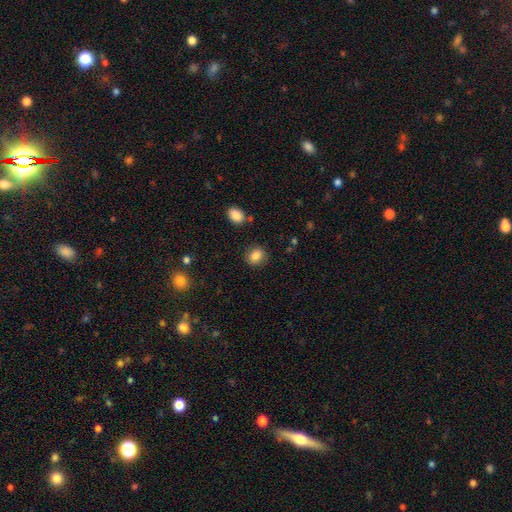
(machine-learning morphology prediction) Q: Smooth or featured?
A: smooth (85%); runner-up: star or artifact (9%)
Q: How rounded?
A: round (62%); runner-up: in between (37%)
Q: Merging?
A: none (86%); runner-up: minor disturbance (9%)